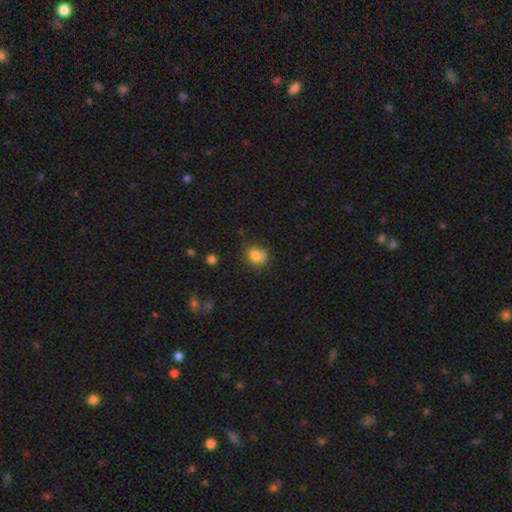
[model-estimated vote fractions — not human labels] smooth-or-featured: smooth: 81% | star or artifact: 11% | featured or disk: 8%
  how-rounded: round: 68% | in between: 31% | cigar-shaped: 1%
  merging: none: 62% | minor disturbance: 26% | major disturbance: 7% | merger: 5%